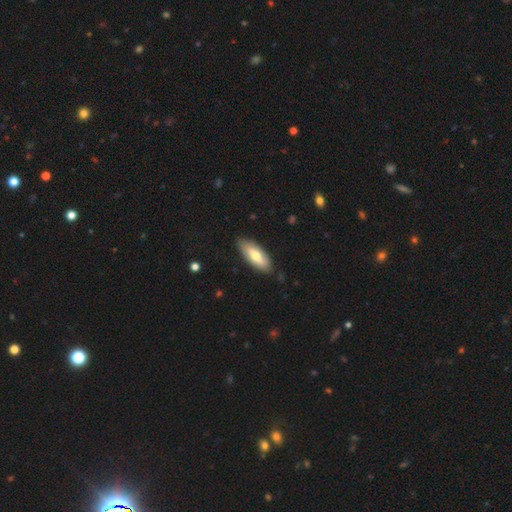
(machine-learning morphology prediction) This appears to be a smooth galaxy with no disk features (65%) that is in between round and cigar-shaped (74%). Merging: none (84%).